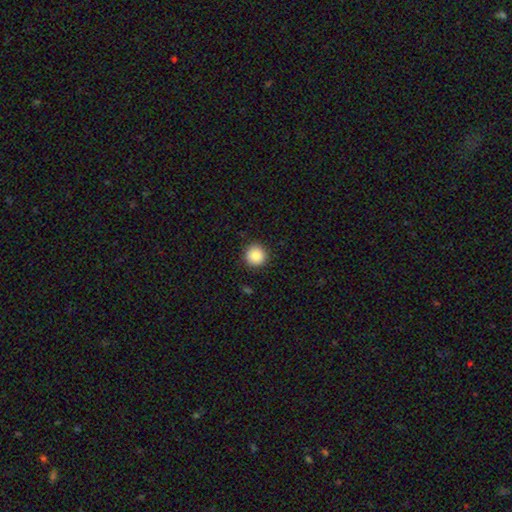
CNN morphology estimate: A smooth galaxy with no disk features (88%) that is round (95%).

Vote fractions:
- Smooth or featured? smooth: 88% / star or artifact: 8% / featured or disk: 4%
- How rounded? round: 95% / in between: 4% / cigar-shaped: 1%
- Merging? none: 91% / minor disturbance: 6% / major disturbance: 2% / merger: 1%